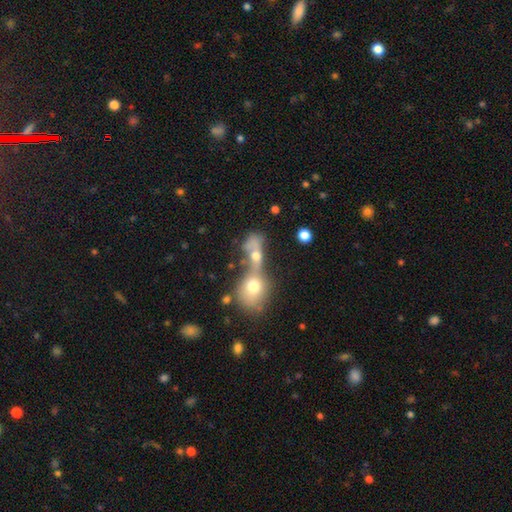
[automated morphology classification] The model was most divided on "how rounded": in between: 54%, round: 40%, cigar-shaped: 7%. More confident: merging — merger (74%); smooth or featured — smooth (62%).